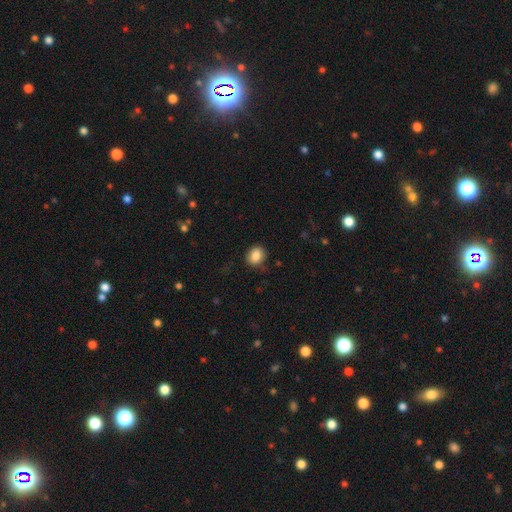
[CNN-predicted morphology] Smooth or featured: smooth — 85% (star or artifact — 9%)
How rounded: round — 61% (in between — 38%)
Merging: none — 80% (minor disturbance — 15%)